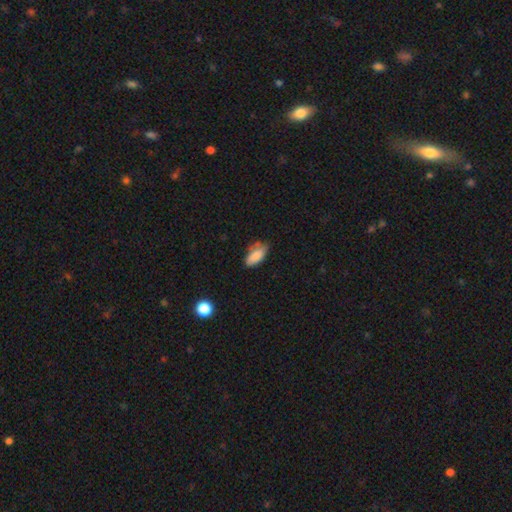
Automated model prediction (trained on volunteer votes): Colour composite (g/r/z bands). It shows a smooth galaxy with no disk features (83%) that is in between round and cigar-shaped (88%). Merging: none (58%).